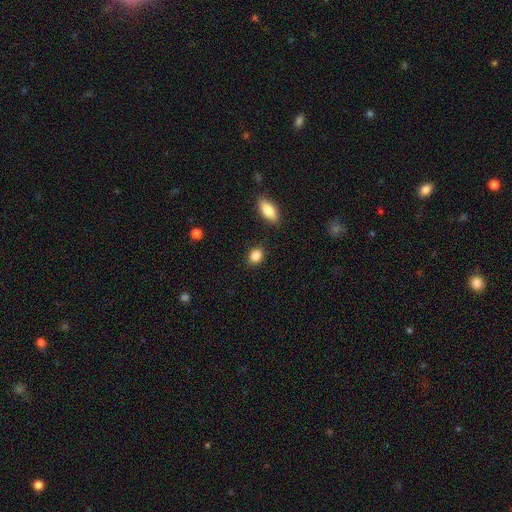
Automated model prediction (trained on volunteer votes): A smooth galaxy with no disk features (87%) that is in between round and cigar-shaped (64%). Merging: none (87%).